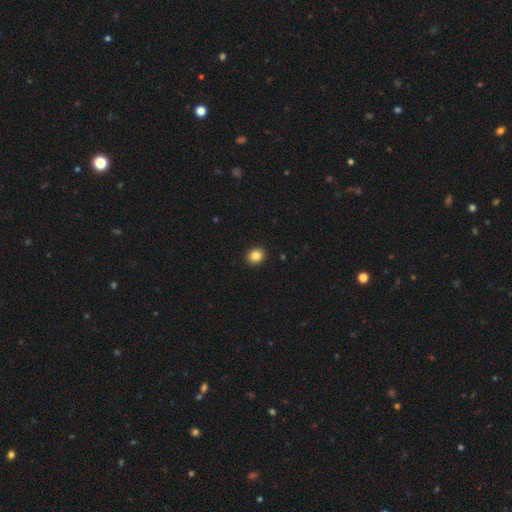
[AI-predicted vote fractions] Overall: smooth (85%). How rounded: round (75%). Merging: none (93%).